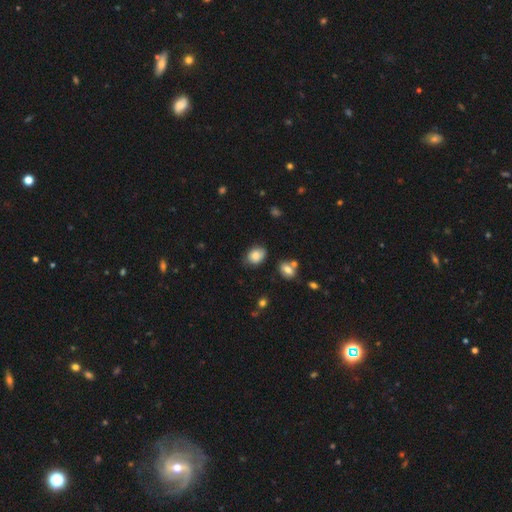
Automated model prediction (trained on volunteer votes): Overall: smooth (80%). How rounded: in between (67%; round 32%). Merging: none (63%; minor disturbance 27%).